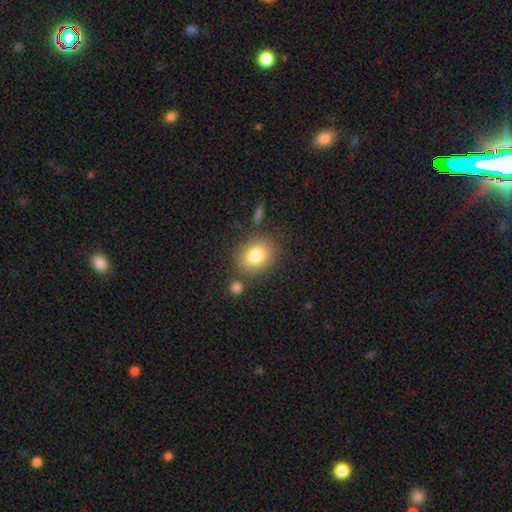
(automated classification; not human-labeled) This is clearly a smooth galaxy (81%). How rounded: possibly in between (53%). Merging: likely none (76%).